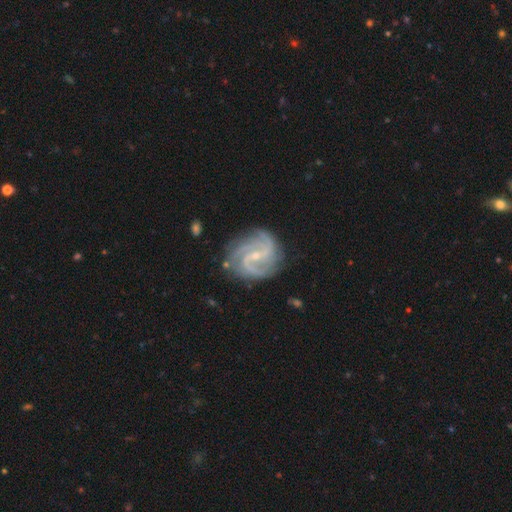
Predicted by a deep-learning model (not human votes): Smooth or featured?
  - featured or disk: 91% *
  - star or artifact: 5%
  - smooth: 4%
Edge-on disk?
  - no: 98% *
  - yes: 2%
Bar?
  - weak: 47% *
  - no: 29%
  - strong: 24%
Spiral arms?
  - yes: 98% *
  - no: 2%
Spiral winding?
  - medium: 54% *
  - tight: 29%
  - loose: 17%
Spiral arm count?
  - 2: 45% *
  - 3: 26%
  - can't tell: 10%
  - 4: 8%
  - more than 4: 5%
  - 1: 5%
Bulge size?
  - small: 78% *
  - moderate: 18%
  - none: 2%
  - large: 1%
  - dominant: 1%
Merging?
  - none: 76% *
  - minor disturbance: 17%
  - major disturbance: 6%
  - merger: 2%